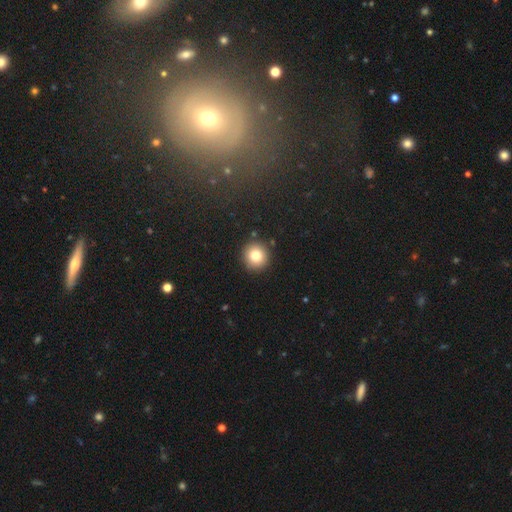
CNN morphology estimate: Q: Smooth or featured?
A: smooth (80%); runner-up: star or artifact (11%)
Q: How rounded?
A: round (94%); runner-up: in between (5%)
Q: Merging?
A: none (90%); runner-up: minor disturbance (6%)